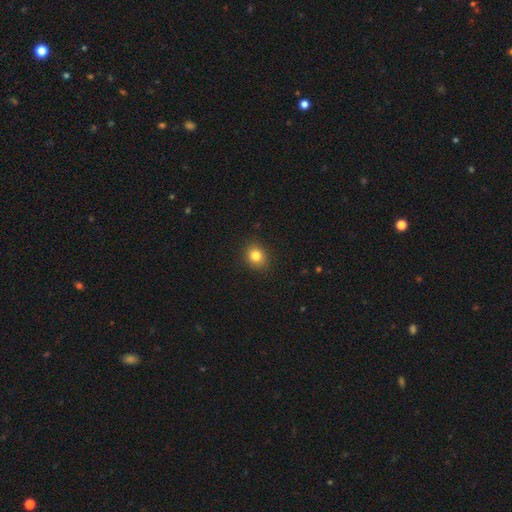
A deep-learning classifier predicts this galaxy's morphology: smooth-or-featured: smooth: 83% | star or artifact: 11% | featured or disk: 6%
  how-rounded: round: 65% | in between: 34% | cigar-shaped: 1%
  merging: none: 88% | minor disturbance: 8% | major disturbance: 2% | merger: 1%